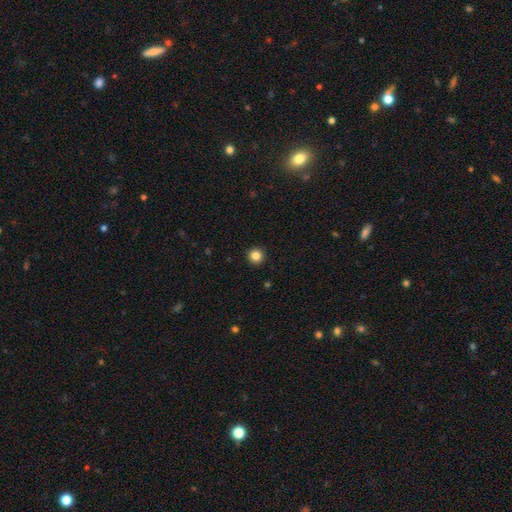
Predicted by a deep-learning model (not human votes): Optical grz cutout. It shows a smooth galaxy with no disk features (84%) that is round (96%). Merging: none (94%).